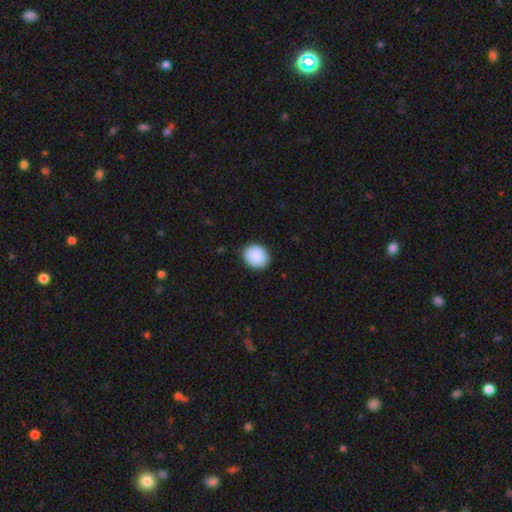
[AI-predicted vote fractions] smooth-or-featured: smooth: 90% | star or artifact: 7% | featured or disk: 2%
  how-rounded: round: 76% | in between: 23% | cigar-shaped: 1%
  merging: none: 90% | minor disturbance: 7% | major disturbance: 2% | merger: 1%